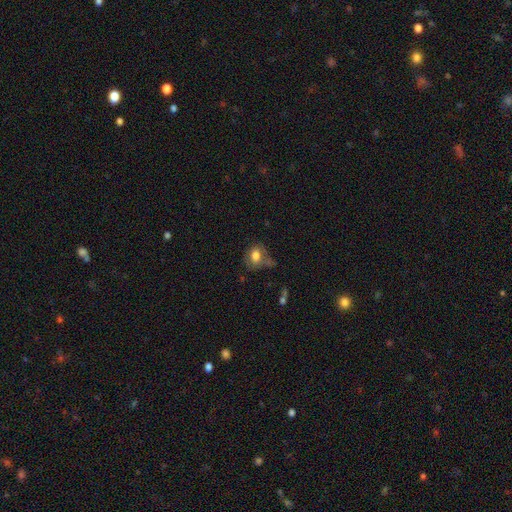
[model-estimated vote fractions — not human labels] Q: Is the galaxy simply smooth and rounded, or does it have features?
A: smooth — 73%.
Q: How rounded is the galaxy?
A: in between — 53%.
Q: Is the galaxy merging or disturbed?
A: none — 50%.